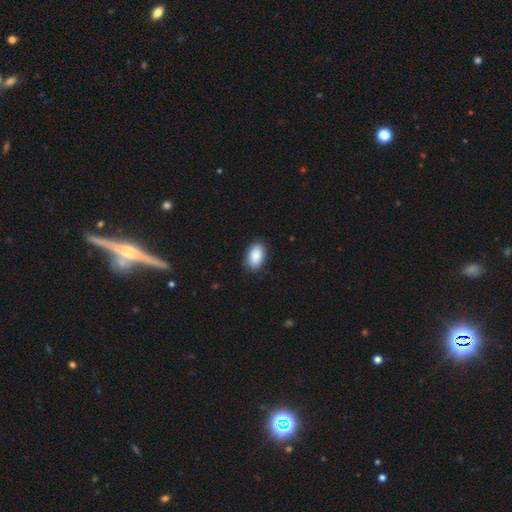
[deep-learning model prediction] Q: Smooth or featured?
A: smooth (89%); runner-up: star or artifact (6%)
Q: How rounded?
A: in between (92%); runner-up: round (7%)
Q: Merging?
A: none (86%); runner-up: minor disturbance (11%)